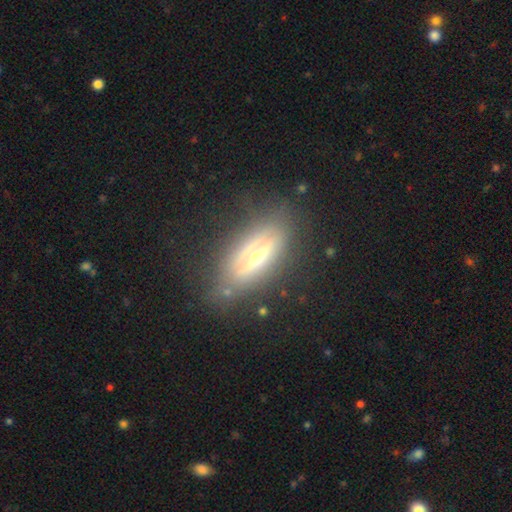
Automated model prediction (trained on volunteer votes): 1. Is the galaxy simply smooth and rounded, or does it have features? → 69% featured or disk, 24% smooth, 7% star or artifact.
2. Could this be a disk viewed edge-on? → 83% yes, 17% no.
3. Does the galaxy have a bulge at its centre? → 87% rounded, 7% none, 6% boxy.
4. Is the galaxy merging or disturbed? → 75% none, 16% minor disturbance, 7% major disturbance, 2% merger.